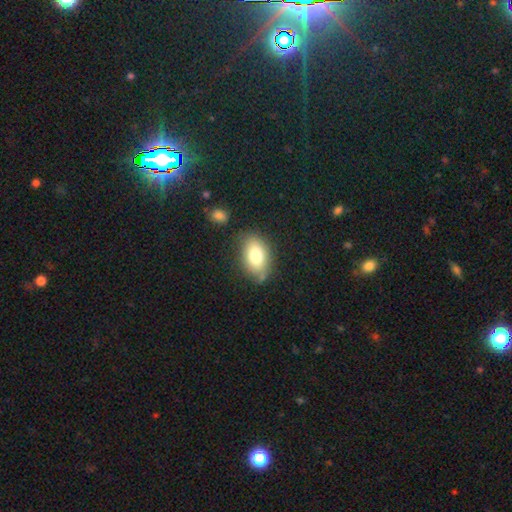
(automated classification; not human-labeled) smooth 77%, featured or disk 15%, star or artifact 9%. Down the decision tree: how rounded — in between (85%); merging — none (69%).